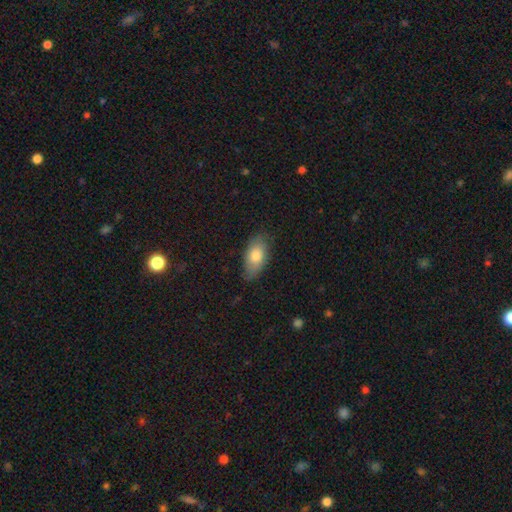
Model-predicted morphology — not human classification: A smooth galaxy with no disk features (76%) that is in between round and cigar-shaped (91%). Merging: none (75%).